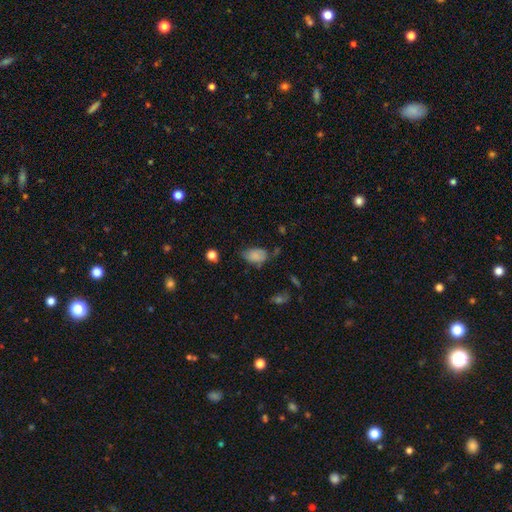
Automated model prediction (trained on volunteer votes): This appears to be a smooth galaxy with no disk features (79%) that is in between round and cigar-shaped (89%). Merging: none (49%).